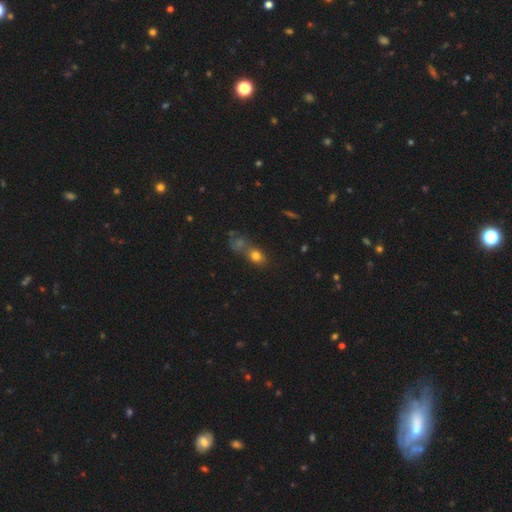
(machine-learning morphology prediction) This appears to be a smooth galaxy with no disk features (73%) that is round (49%). Merging: merger (46%).